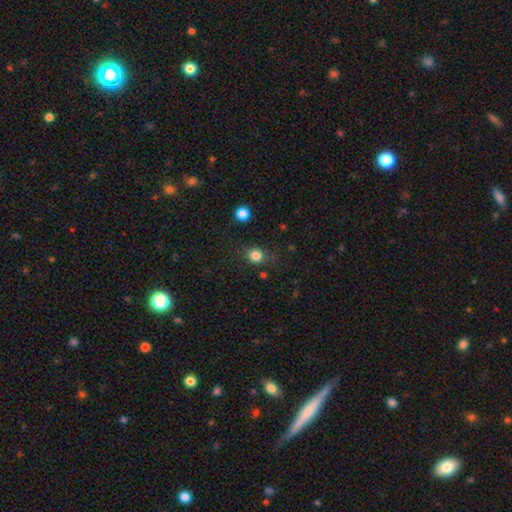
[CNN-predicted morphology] This appears to be a smooth galaxy with no disk features (82%) that is round (81%). Merging: none (78%).